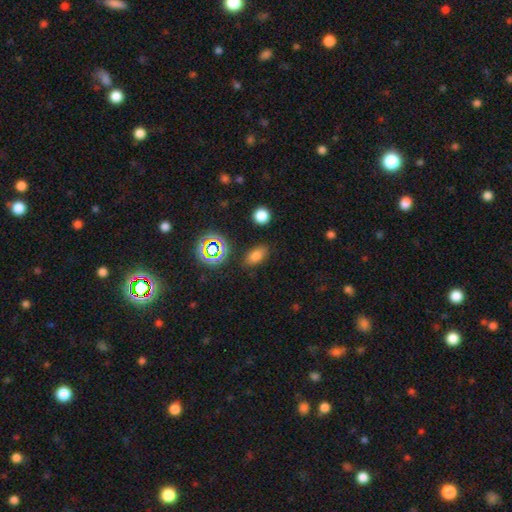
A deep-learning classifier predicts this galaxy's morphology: smooth-or-featured: smooth: 73% | star or artifact: 20% | featured or disk: 8%
  how-rounded: in between: 86% | round: 11% | cigar-shaped: 3%
  merging: none: 83% | minor disturbance: 11% | major disturbance: 3% | merger: 3%